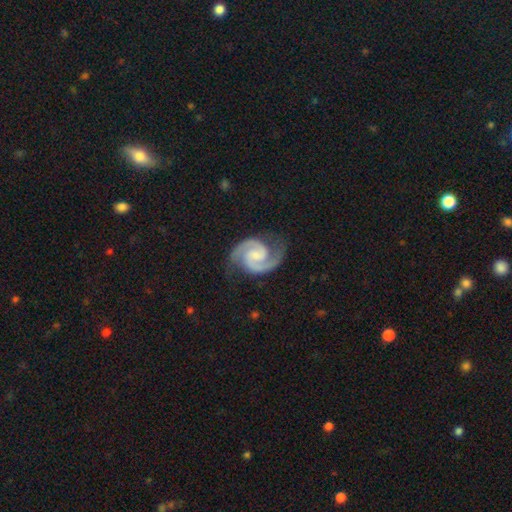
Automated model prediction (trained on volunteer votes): A featured or disk galaxy (94%) with no bar (46%), 2 (94%) medium (58%) spiral arms (99%) and a small central bulge (40%).

Vote fractions:
- Smooth or featured? featured or disk: 94% / star or artifact: 3% / smooth: 3%
- Edge-on disk? no: 99% / yes: 1%
- Bar? no: 46% / weak: 44% / strong: 10%
- Spiral arms? yes: 99% / no: 1%
- Spiral winding? medium: 58% / tight: 34% / loose: 8%
- Spiral arm count? 2: 94% / can't tell: 1% / 3: 1% / 1: 1% / 4: 1% / more than 4: 1%
- Bulge size? small: 40% / moderate: 29% / none: 26% / large: 3% / dominant: 1%
- Merging? none: 79% / minor disturbance: 15% / major disturbance: 5% / merger: 1%